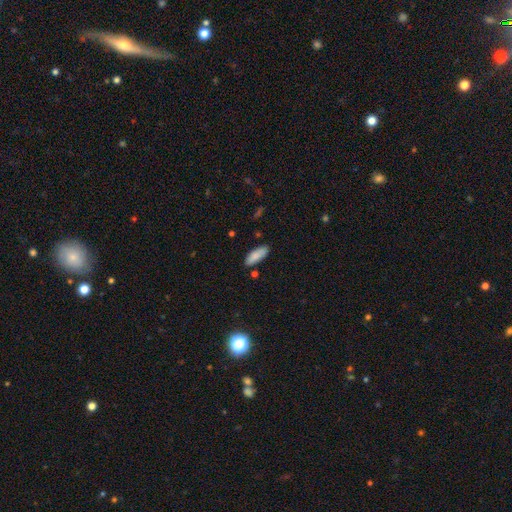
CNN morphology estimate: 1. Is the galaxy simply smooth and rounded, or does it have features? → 86% smooth, 7% featured or disk, 7% star or artifact.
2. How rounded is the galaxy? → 73% in between, 25% cigar-shaped, 2% round.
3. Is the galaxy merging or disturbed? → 80% none, 14% minor disturbance, 3% merger, 3% major disturbance.